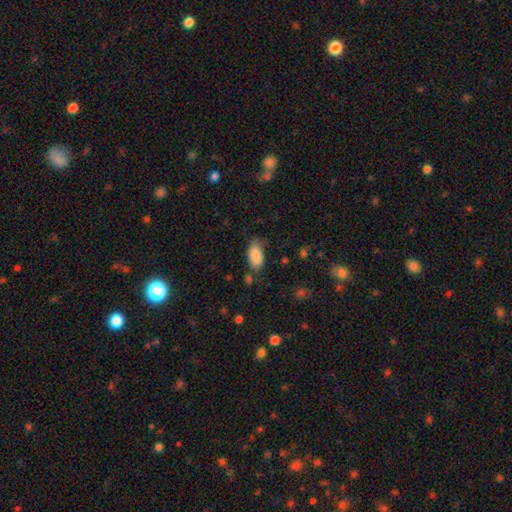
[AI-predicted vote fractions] Q: Smooth or featured?
A: smooth (88%); runner-up: star or artifact (7%)
Q: How rounded?
A: in between (94%); runner-up: cigar-shaped (3%)
Q: Merging?
A: none (69%); runner-up: minor disturbance (21%)